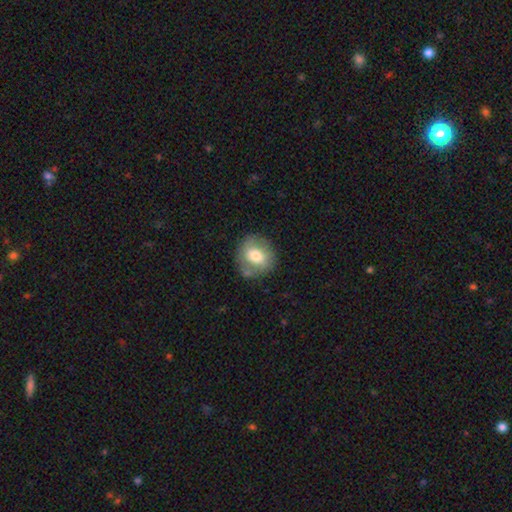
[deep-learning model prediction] The model was most divided on "smooth or featured": smooth: 66%, featured or disk: 27%, star or artifact: 8%. More confident: how rounded — round (76%); merging — none (74%).